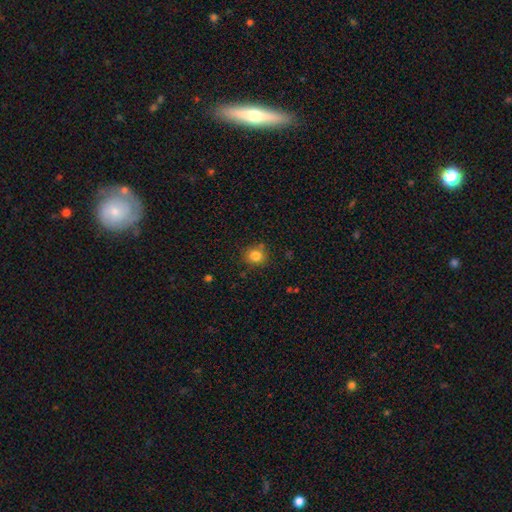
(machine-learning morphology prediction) A smooth galaxy with no disk features (82%) that is round (82%).

Vote fractions:
- Smooth or featured? smooth: 82% / star or artifact: 12% / featured or disk: 6%
- How rounded? round: 82% / in between: 17% / cigar-shaped: 1%
- Merging? none: 81% / minor disturbance: 12% / merger: 4% / major disturbance: 3%